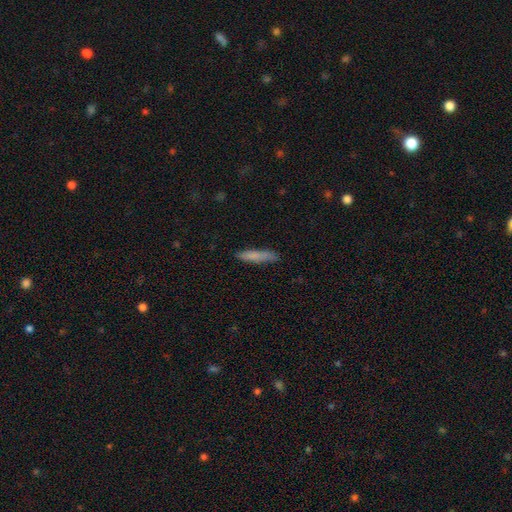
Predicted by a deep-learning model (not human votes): This appears to be a smooth galaxy with no disk features (78%) that is cigar-shaped (91%). Merging: none (84%).